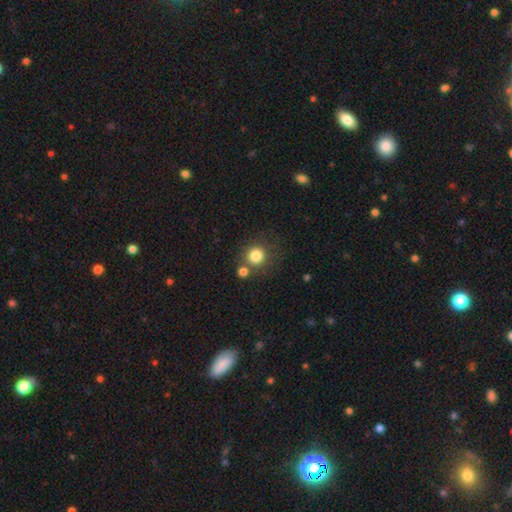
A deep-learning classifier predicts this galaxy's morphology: This is clearly a smooth galaxy (82%). How rounded: clearly round (90%). Merging: likely none (66%).